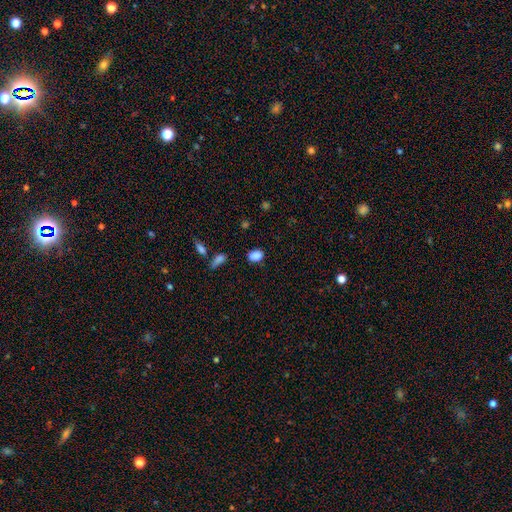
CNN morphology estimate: Smooth or featured? smooth (86%)
How rounded? in between (77%)
Merging? none (78%)